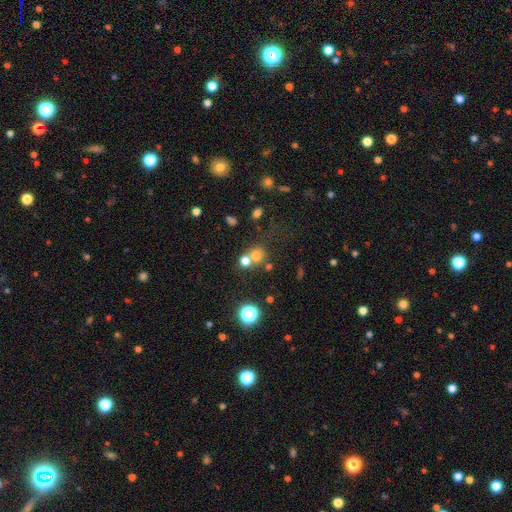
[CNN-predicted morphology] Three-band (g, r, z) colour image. It shows a smooth galaxy with no disk features (69%) that is round (84%). Merging: none (50%).